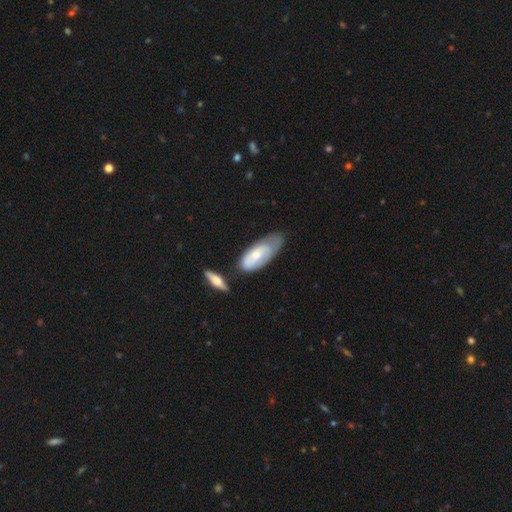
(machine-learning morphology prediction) smooth-or-featured: smooth: 51% | featured or disk: 44% | star or artifact: 5%
  how-rounded: in between: 81% | cigar-shaped: 17% | round: 2%
  merging: none: 42% | minor disturbance: 33% | major disturbance: 14% | merger: 12%